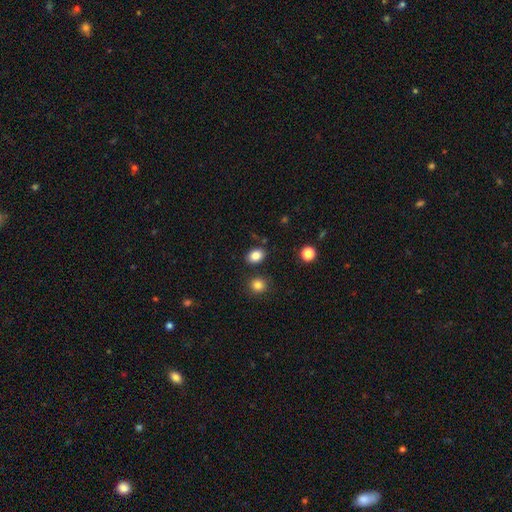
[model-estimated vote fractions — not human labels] smooth_or_featured: smooth (p=0.85) [alt: star or artifact p=0.10]
how_rounded: in between (p=0.64) [alt: round p=0.35]
merging: none (p=0.83) [alt: minor disturbance p=0.09]